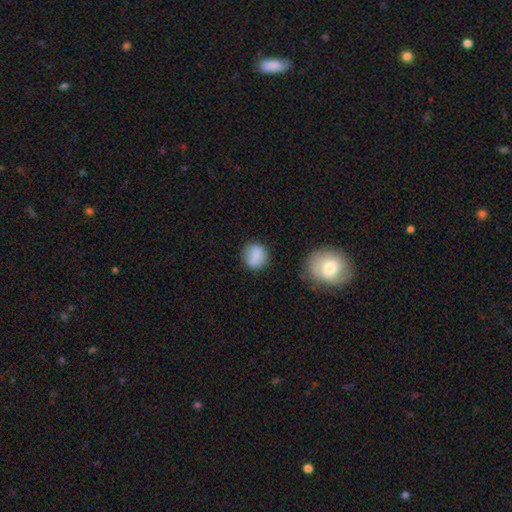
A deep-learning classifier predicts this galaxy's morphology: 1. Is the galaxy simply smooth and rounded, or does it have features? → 78% smooth, 14% featured or disk, 8% star or artifact.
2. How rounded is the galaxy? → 78% round, 20% in between, 2% cigar-shaped.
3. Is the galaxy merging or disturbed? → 77% none, 15% minor disturbance, 5% major disturbance, 3% merger.